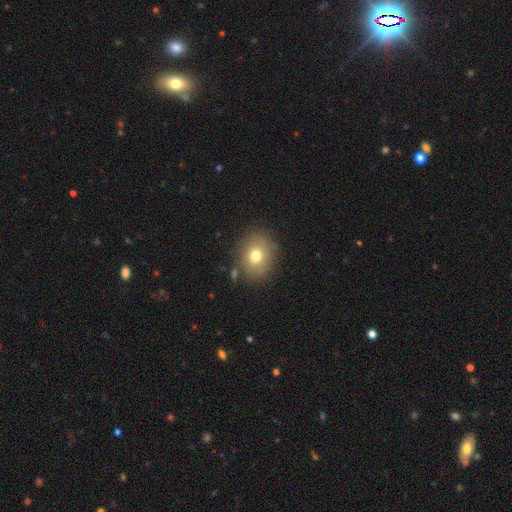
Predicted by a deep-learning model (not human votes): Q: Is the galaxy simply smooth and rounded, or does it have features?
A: smooth — 74%.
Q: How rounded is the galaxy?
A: round — 62%.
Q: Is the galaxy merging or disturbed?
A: none — 81%.